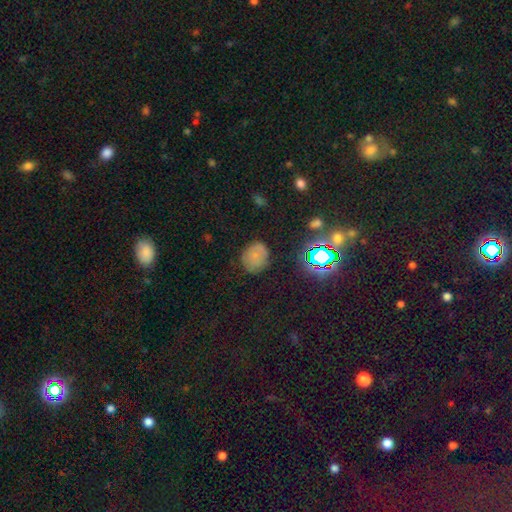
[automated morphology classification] This is likely a smooth galaxy (67%). How rounded: likely round (65%). Merging: likely none (77%).